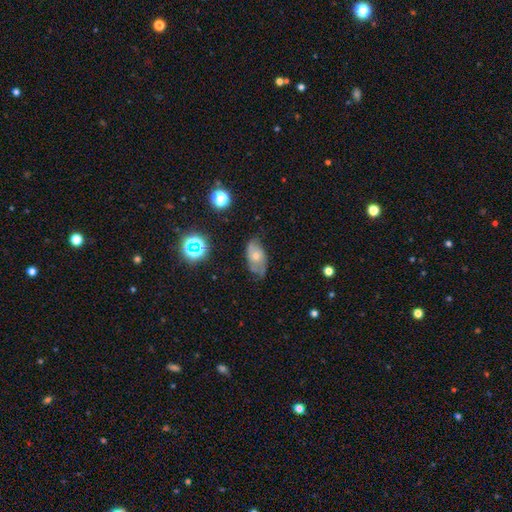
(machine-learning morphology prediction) featured or disk 46%, smooth 42%, star or artifact 11%. Down the decision tree: merging — none (55%).